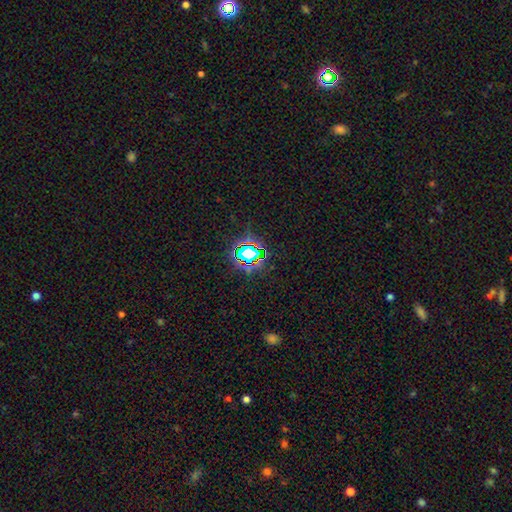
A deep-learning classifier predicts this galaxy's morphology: type=star or artifact (69%).